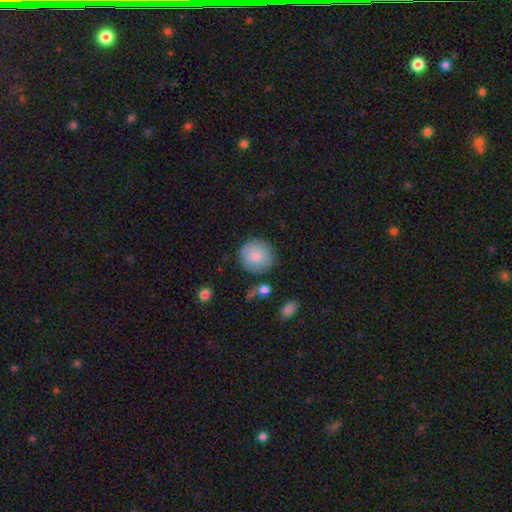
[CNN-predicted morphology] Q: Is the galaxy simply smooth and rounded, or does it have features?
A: smooth — 84%.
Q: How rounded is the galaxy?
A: round — 91%.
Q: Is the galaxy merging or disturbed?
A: none — 83%.